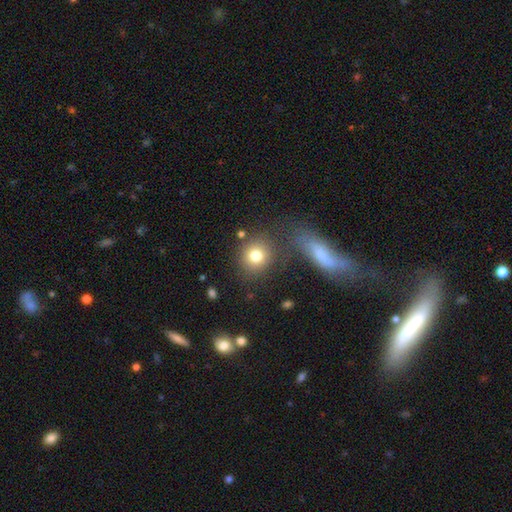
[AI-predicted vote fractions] The model was most divided on "merging": none: 71%, merger: 13%, minor disturbance: 11%, major disturbance: 5%. More confident: how rounded — round (82%); smooth or featured — smooth (80%).